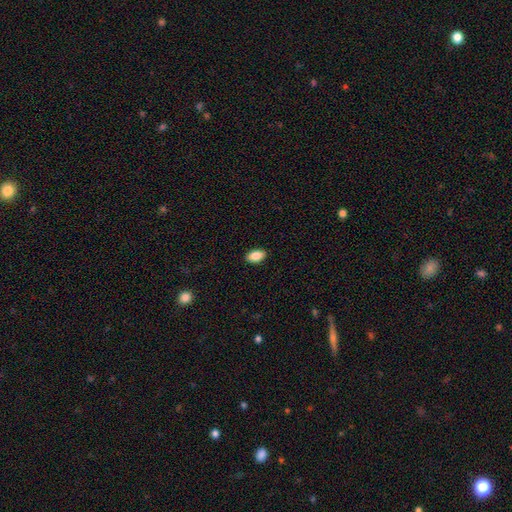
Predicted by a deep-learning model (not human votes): smooth_or_featured: smooth (p=0.87) [alt: star or artifact p=0.07]
how_rounded: in between (p=0.92) [alt: round p=0.06]
merging: none (p=0.90) [alt: minor disturbance p=0.08]